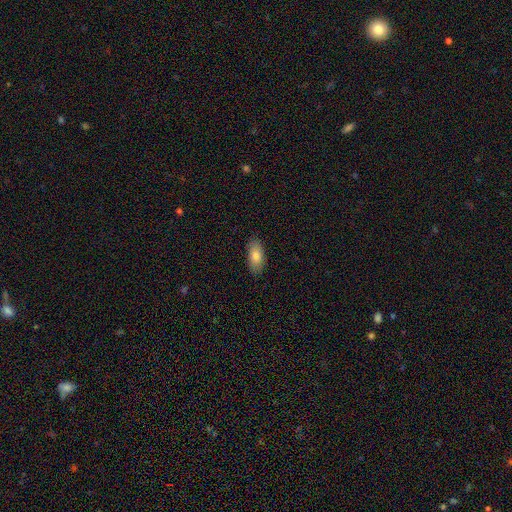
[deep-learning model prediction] Morphology: type=smooth (82%); roundness=in between (90%); merging=none (88%).